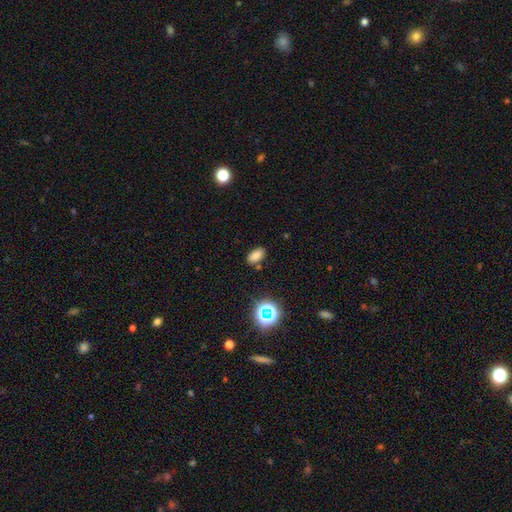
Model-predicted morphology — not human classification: smooth_or_featured: smooth (p=0.76) [alt: star or artifact p=0.17]
how_rounded: in between (p=0.90) [alt: round p=0.07]
merging: none (p=0.82) [alt: minor disturbance p=0.12]